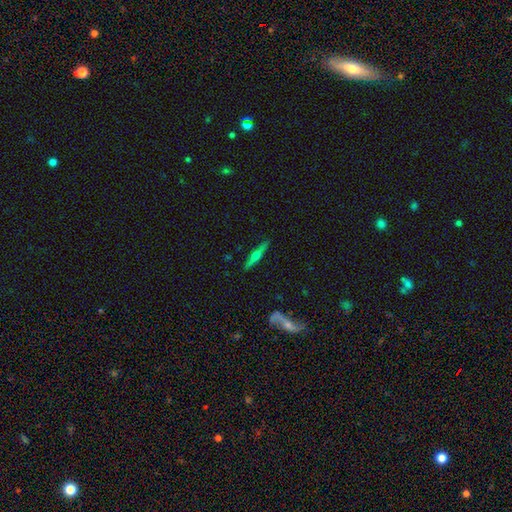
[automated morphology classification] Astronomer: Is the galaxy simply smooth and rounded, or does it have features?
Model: featured or disk — 68%.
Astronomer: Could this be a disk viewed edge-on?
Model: yes — 96%.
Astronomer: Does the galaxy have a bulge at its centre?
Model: rounded — 92%.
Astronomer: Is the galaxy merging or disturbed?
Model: none — 89%.